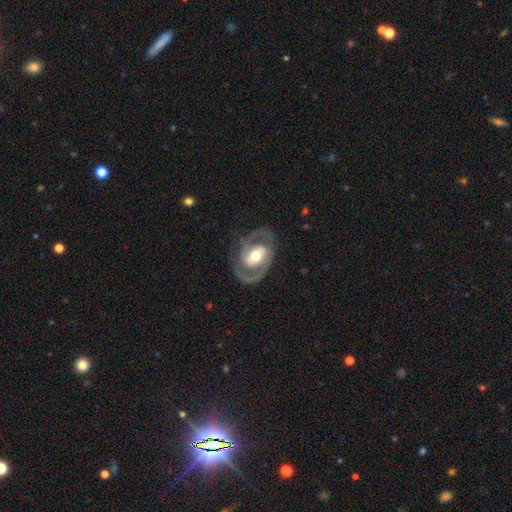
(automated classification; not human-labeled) featured or disk 82%, smooth 14%, star or artifact 4%. Down the decision tree: edge-on disk — no (96%); bar — no (40%); spiral arms — yes (86%); spiral arm count — 2 (84%); spiral winding — medium (51%); bulge size — moderate (65%); merging — none (74%).